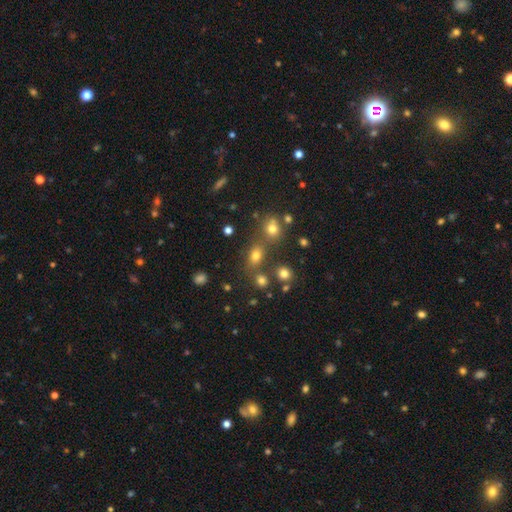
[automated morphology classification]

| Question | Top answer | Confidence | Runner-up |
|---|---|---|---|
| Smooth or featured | smooth | 72% | star or artifact (18%) |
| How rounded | in between | 66% | round (31%) |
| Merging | none | 64% | merger (18%) |